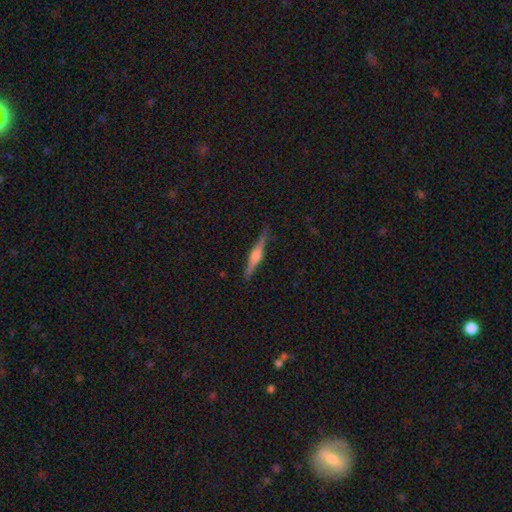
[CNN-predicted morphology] Smooth or featured? Predicted: featured or disk (p=0.73). Edge-on disk? Predicted: yes (p=0.98). Edge-on bulge? Predicted: rounded (p=0.83). Merging? Predicted: none (p=0.88).